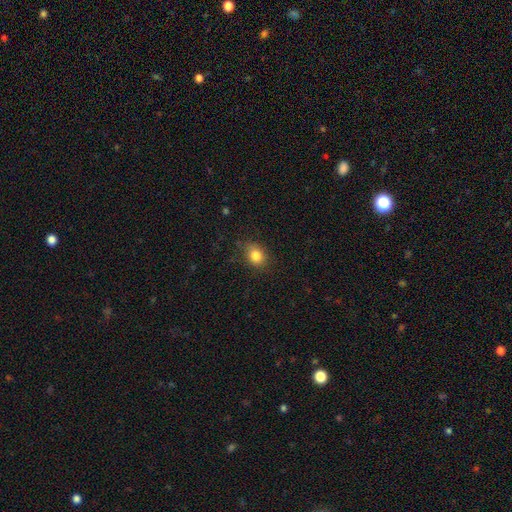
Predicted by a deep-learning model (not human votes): smooth 83%, star or artifact 10%, featured or disk 7%. Down the decision tree: how rounded — round (50%); merging — none (76%).